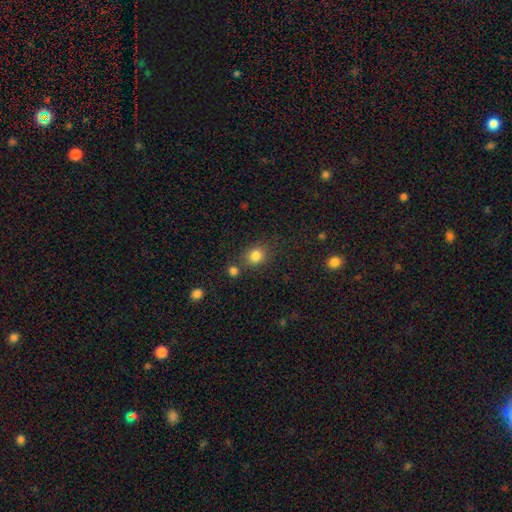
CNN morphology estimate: type=smooth (83%); roundness=round (75%); merging=none (74%).